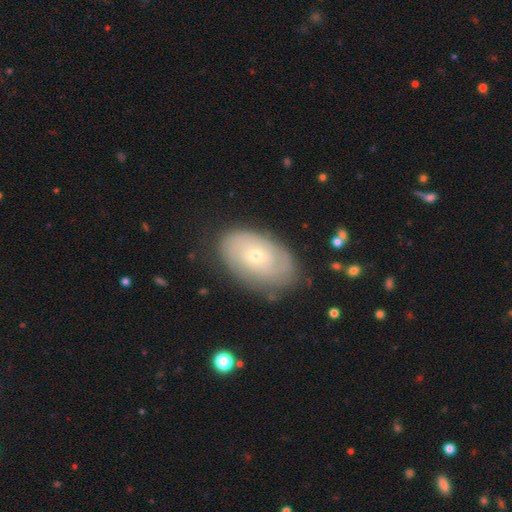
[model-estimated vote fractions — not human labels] This is likely a featured or disk galaxy (67%). It is clearly not viewed edge-on (95%). Bar: likely no (71%). Spiral arm pattern: clearly yes (81%). Spiral arm count: possibly can't tell (54%). Spiral winding: likely tight (73%). Central bulge: likely small (69%). Merging: likely none (77%).